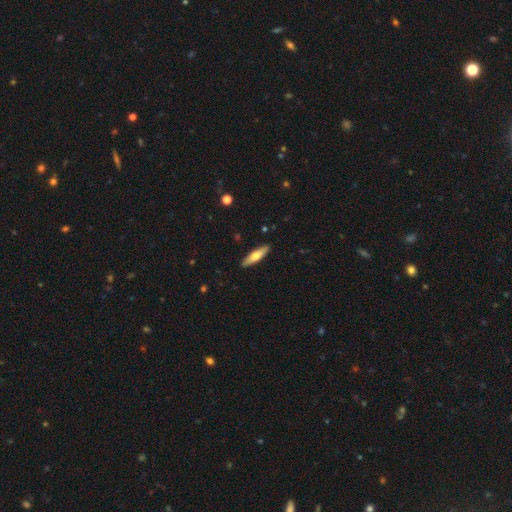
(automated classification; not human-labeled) Smooth or featured? Predicted: smooth (p=0.58). How rounded? Predicted: cigar-shaped (p=0.74). Merging? Predicted: none (p=0.90).